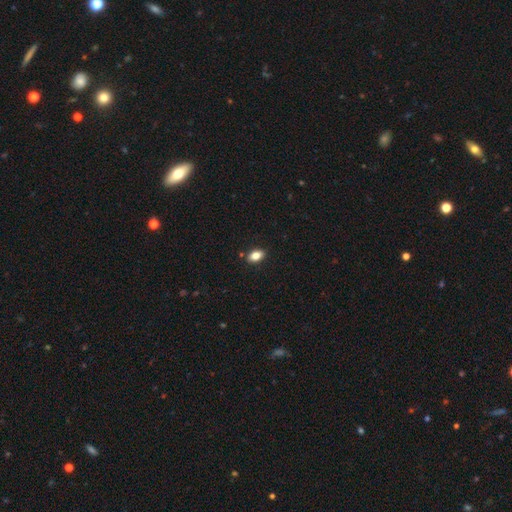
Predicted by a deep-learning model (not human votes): smooth 81%, featured or disk 10%, star or artifact 9%. Down the decision tree: how rounded — in between (87%); merging — none (88%).